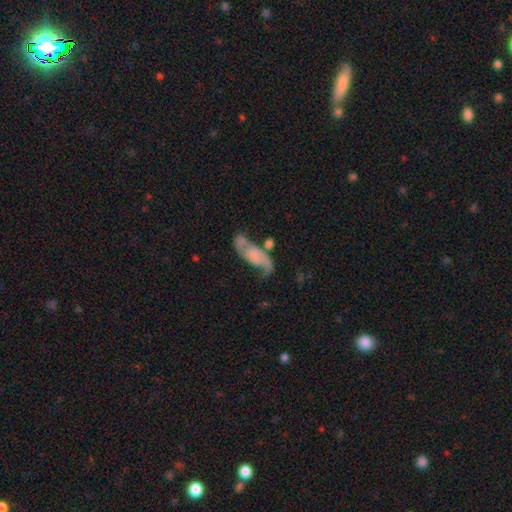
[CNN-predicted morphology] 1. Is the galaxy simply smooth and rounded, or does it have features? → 70% featured or disk, 22% smooth, 8% star or artifact.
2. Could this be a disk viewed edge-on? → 94% no, 6% yes.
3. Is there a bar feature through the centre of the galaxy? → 59% no, 29% weak, 11% strong.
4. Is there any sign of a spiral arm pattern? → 88% yes, 12% no.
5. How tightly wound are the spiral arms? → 51% loose, 35% medium, 14% tight.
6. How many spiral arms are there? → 81% 2, 11% 1, 6% can't tell, 1% 3, 1% 4, 1% more than 4.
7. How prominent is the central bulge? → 56% none, 23% small, 11% moderate, 6% large, 2% dominant.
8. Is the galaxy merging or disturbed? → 38% none, 21% major disturbance, 21% minor disturbance, 19% merger.